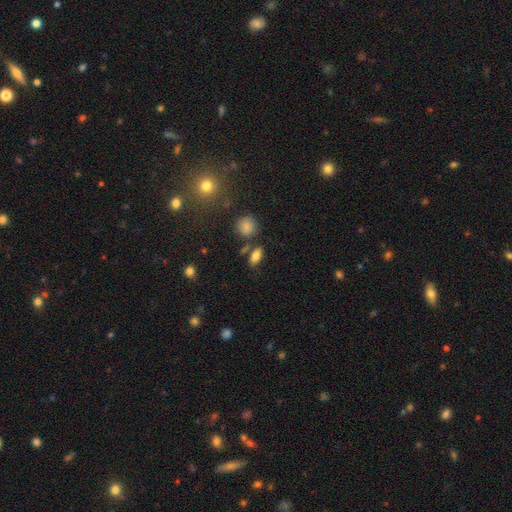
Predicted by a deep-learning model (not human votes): A smooth galaxy with no disk features (82%) that is in between round and cigar-shaped (86%).

Vote fractions:
- Smooth or featured? smooth: 82% / star or artifact: 10% / featured or disk: 8%
- How rounded? in between: 86% / round: 8% / cigar-shaped: 6%
- Merging? none: 71% / minor disturbance: 13% / merger: 12% / major disturbance: 4%